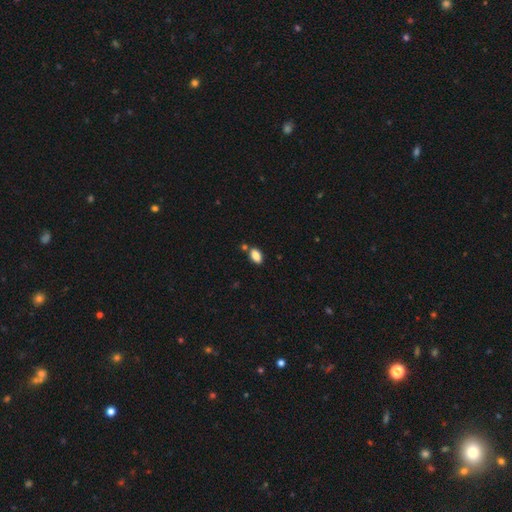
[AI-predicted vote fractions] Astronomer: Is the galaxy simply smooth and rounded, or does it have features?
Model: smooth — 86%.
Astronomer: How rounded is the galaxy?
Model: in between — 91%.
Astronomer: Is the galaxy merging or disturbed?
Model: none — 73%.